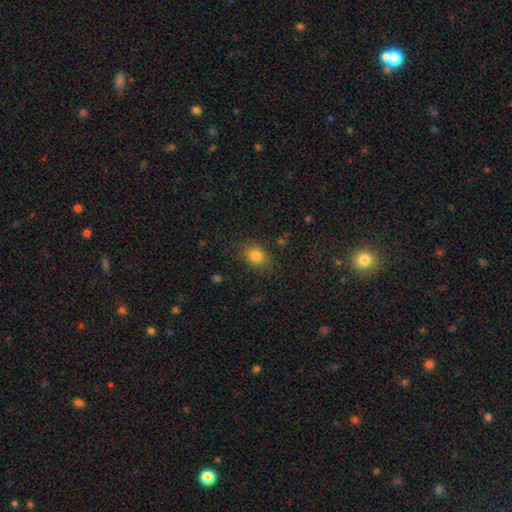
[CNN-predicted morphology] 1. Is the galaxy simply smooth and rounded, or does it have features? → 81% smooth, 12% star or artifact, 7% featured or disk.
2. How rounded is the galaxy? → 52% in between, 47% round, 1% cigar-shaped.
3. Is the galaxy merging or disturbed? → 80% none, 14% minor disturbance, 5% major disturbance, 2% merger.